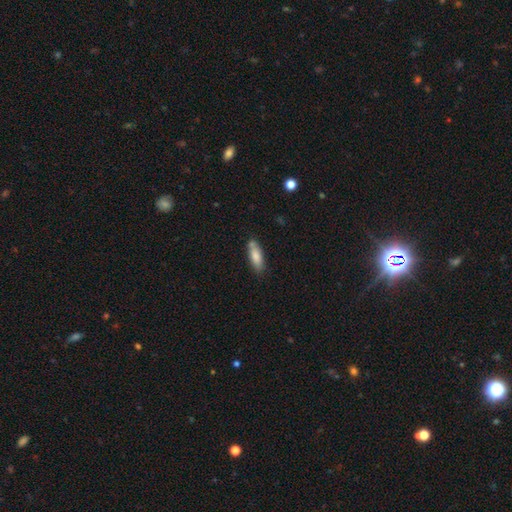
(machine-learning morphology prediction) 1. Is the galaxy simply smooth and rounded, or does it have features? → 80% smooth, 13% featured or disk, 7% star or artifact.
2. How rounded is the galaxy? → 55% in between, 44% cigar-shaped, 2% round.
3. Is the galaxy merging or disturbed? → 68% none, 18% minor disturbance, 10% merger, 4% major disturbance.